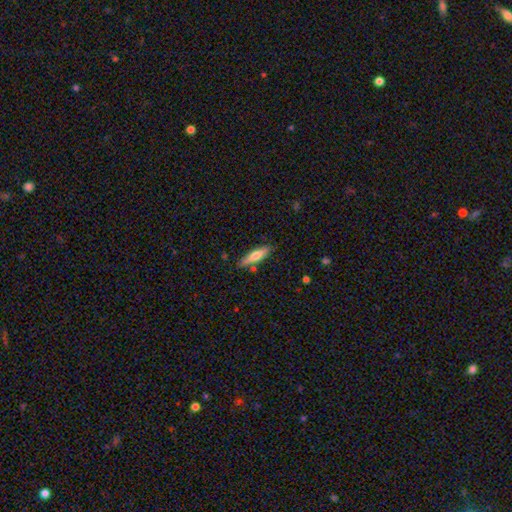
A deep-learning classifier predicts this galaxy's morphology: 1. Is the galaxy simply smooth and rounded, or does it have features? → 55% smooth, 39% featured or disk, 6% star or artifact.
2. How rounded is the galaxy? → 75% cigar-shaped, 23% in between, 2% round.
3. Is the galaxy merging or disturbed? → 83% none, 11% minor disturbance, 4% merger, 2% major disturbance.